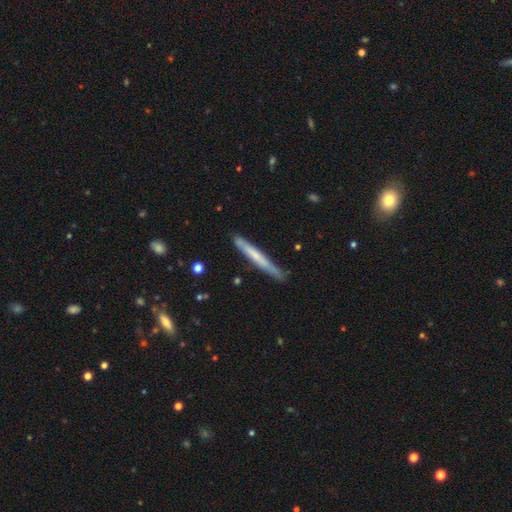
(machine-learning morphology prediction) smooth-or-featured: smooth: 52% | featured or disk: 42% | star or artifact: 6%
  how-rounded: cigar-shaped: 97% | in between: 2% | round: 1%
  merging: none: 81% | minor disturbance: 15% | major disturbance: 2% | merger: 2%